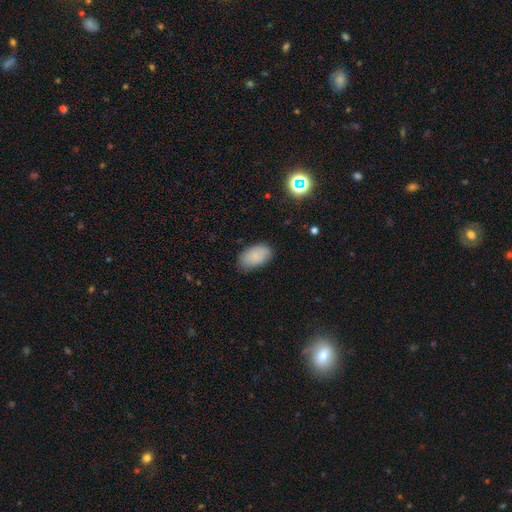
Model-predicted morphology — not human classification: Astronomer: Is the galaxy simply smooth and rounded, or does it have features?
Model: smooth — 86%.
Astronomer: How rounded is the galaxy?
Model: in between — 94%.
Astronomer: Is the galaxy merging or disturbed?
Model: none — 79%.